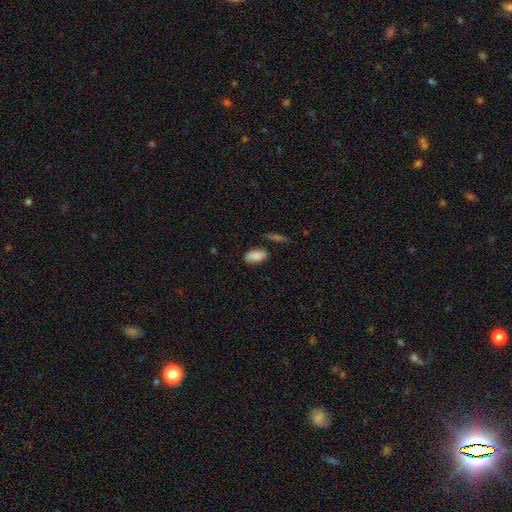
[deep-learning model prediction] This appears to be a smooth galaxy with no disk features (85%) that is in between round and cigar-shaped (93%). Merging: none (75%).